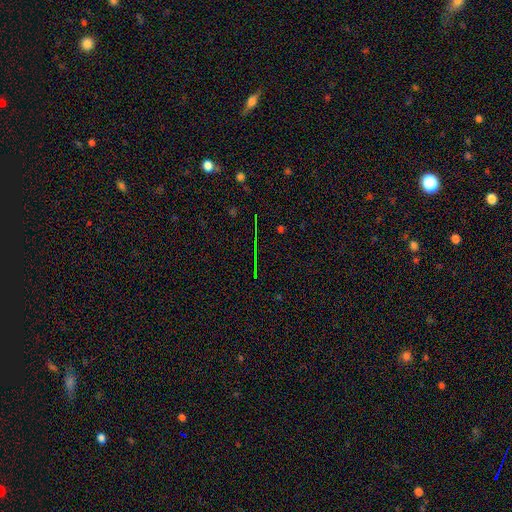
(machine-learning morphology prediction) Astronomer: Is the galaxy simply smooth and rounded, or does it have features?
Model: star or artifact — 76%.